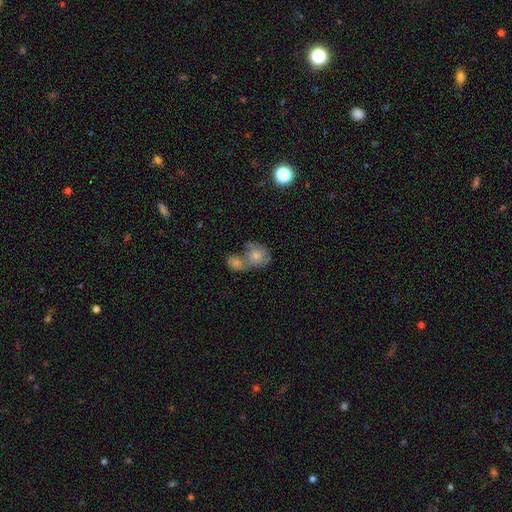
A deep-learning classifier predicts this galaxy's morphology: Overall: smooth (55%; featured or disk 32%). How rounded: round (66%; in between 33%). Merging: merger (58%; none 26%).